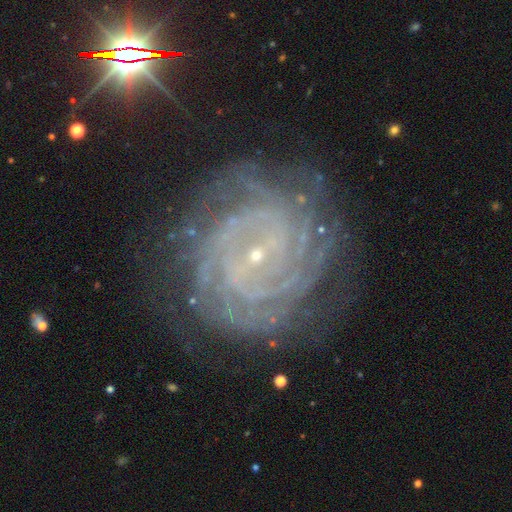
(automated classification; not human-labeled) Smooth or featured: featured or disk — 88% (star or artifact — 7%)
Edge-on disk: no — 98% (yes — 2%)
Bar: no — 52% (weak — 34%)
Spiral arms: yes — 98% (no — 2%)
Spiral winding: tight — 83% (medium — 15%)
Spiral arm count: can't tell — 22% (4 — 21%)
Bulge size: small — 89% (moderate — 7%)
Merging: none — 79% (minor disturbance — 14%)